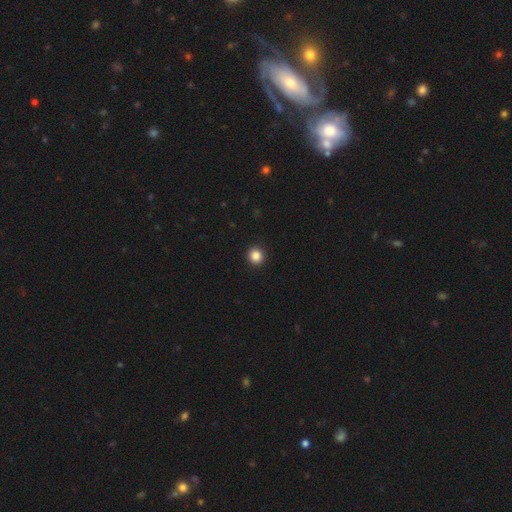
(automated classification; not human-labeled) A smooth galaxy with no disk features (86%) that is round (95%).

Vote fractions:
- Smooth or featured? smooth: 86% / star or artifact: 11% / featured or disk: 3%
- How rounded? round: 95% / in between: 5% / cigar-shaped: 1%
- Merging? none: 94% / minor disturbance: 4% / major disturbance: 2% / merger: 1%